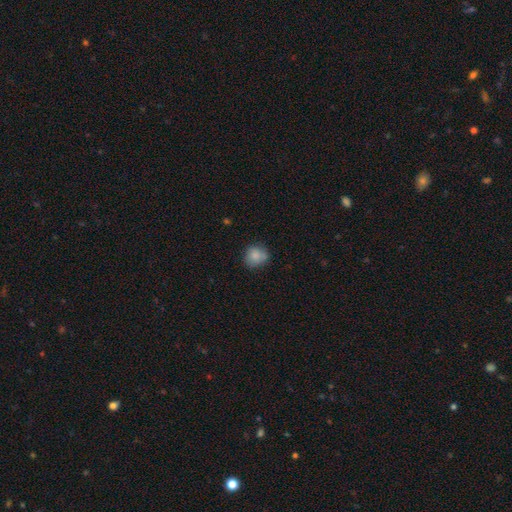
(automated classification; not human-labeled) Morphology: type=smooth (85%); roundness=round (82%); merging=none (72%).